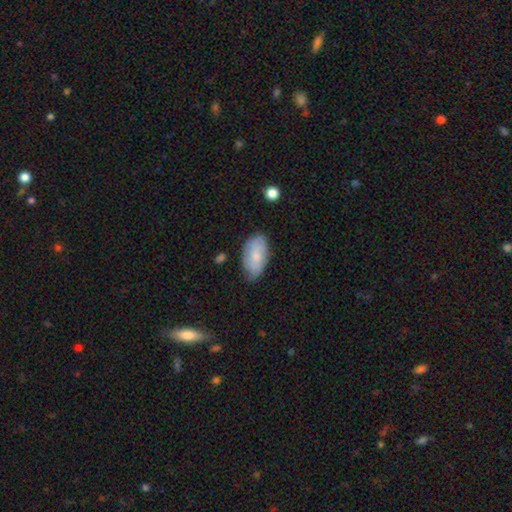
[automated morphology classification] type=smooth (76%); roundness=in between (94%); merging=none (71%).